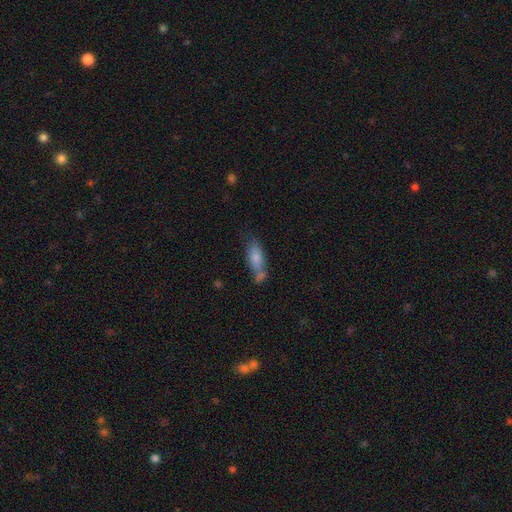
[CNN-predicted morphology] Overall: smooth (63%; featured or disk 24%). How rounded: in between (55%; cigar-shaped 41%). Merging: none (53%; minor disturbance 20%).